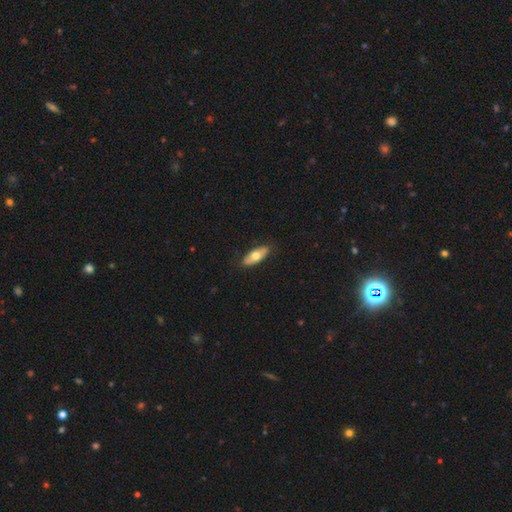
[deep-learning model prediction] Smooth or featured? Predicted: smooth (p=0.64). How rounded? Predicted: in between (p=0.76). Merging? Predicted: none (p=0.86).